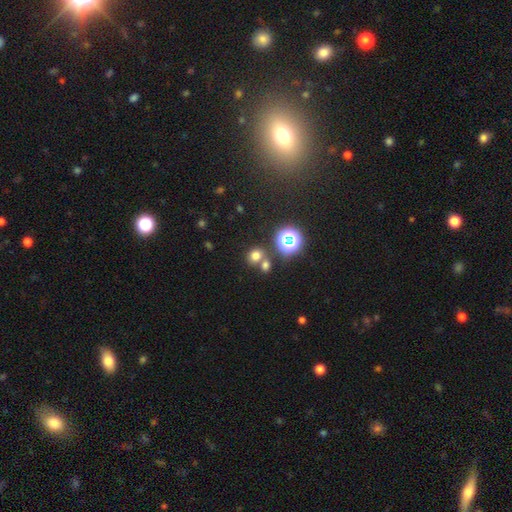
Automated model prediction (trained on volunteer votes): Smooth or featured? Predicted: smooth (p=0.68). How rounded? Predicted: round (p=0.70). Merging? Predicted: none (p=0.59).